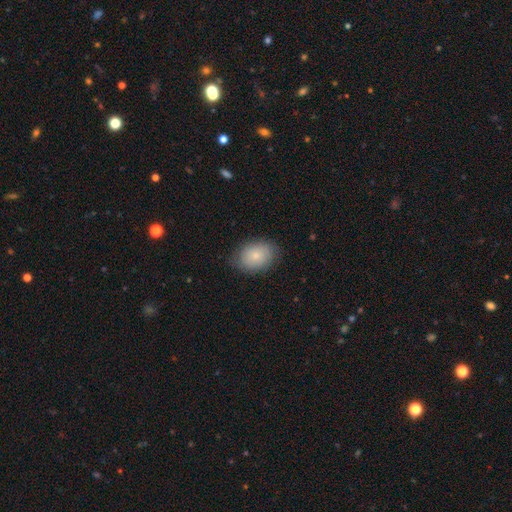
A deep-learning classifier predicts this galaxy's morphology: This appears to be a smooth galaxy with no disk features (78%) that is in between round and cigar-shaped (72%). Merging: none (79%).